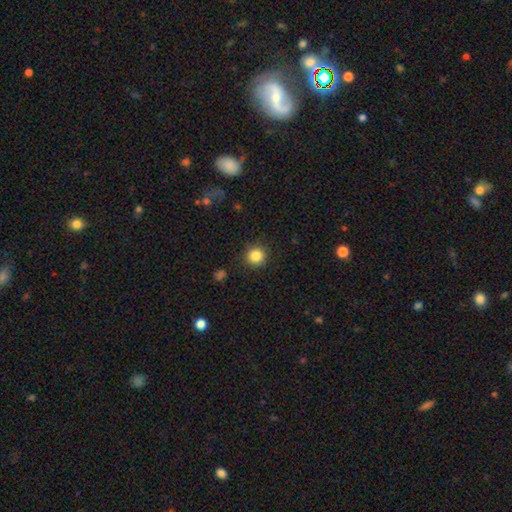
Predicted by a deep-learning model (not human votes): Morphology: type=smooth (85%); roundness=round (93%); merging=none (89%).